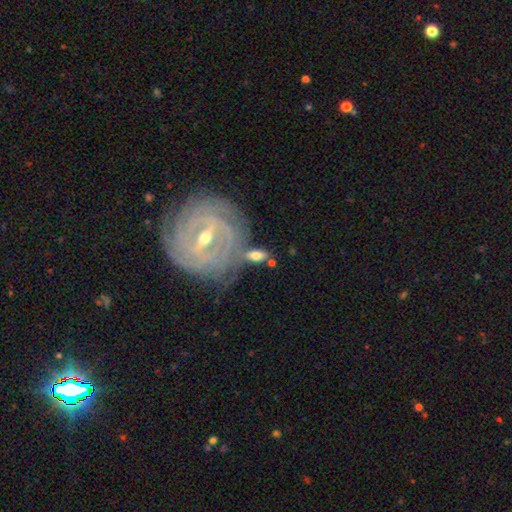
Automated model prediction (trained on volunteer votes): Overall: featured or disk (51%; smooth 41%). Edge-on disk: no (80%). Merging: none (59%).